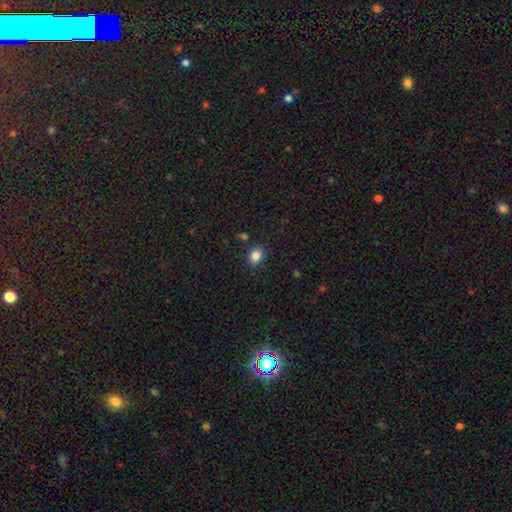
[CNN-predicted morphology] smooth_or_featured: smooth (p=0.84) [alt: star or artifact p=0.11]
how_rounded: in between (p=0.56) [alt: round p=0.43]
merging: none (p=0.86) [alt: minor disturbance p=0.09]